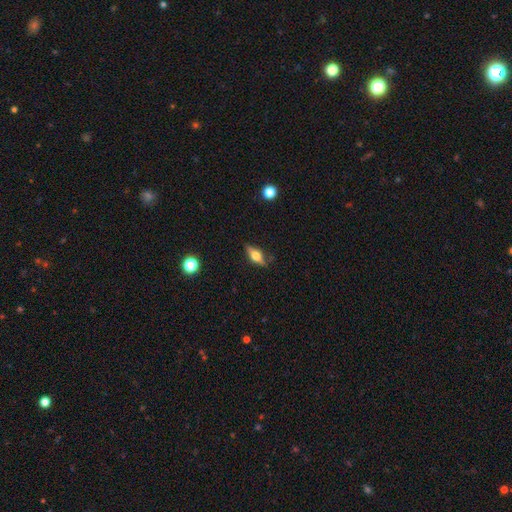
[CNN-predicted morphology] A smooth galaxy with no disk features (50%) that is in between round and cigar-shaped (70%).

Vote fractions:
- Smooth or featured? smooth: 50% / featured or disk: 42% / star or artifact: 8%
- How rounded? in between: 70% / cigar-shaped: 24% / round: 5%
- Merging? none: 79% / minor disturbance: 16% / major disturbance: 3% / merger: 2%